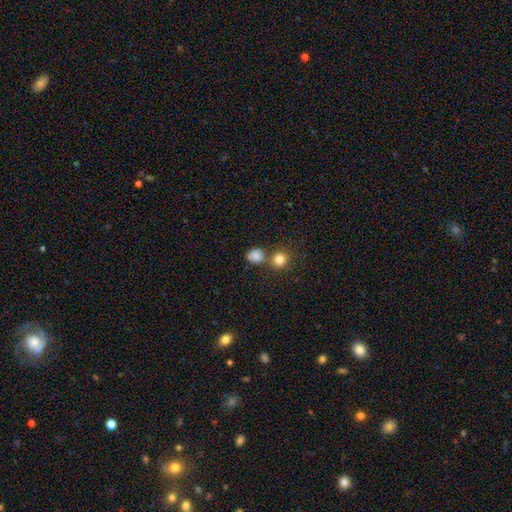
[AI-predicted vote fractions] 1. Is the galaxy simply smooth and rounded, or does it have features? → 83% smooth, 11% star or artifact, 6% featured or disk.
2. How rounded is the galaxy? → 65% round, 34% in between, 1% cigar-shaped.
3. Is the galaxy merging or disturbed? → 58% none, 25% merger, 13% minor disturbance, 5% major disturbance.